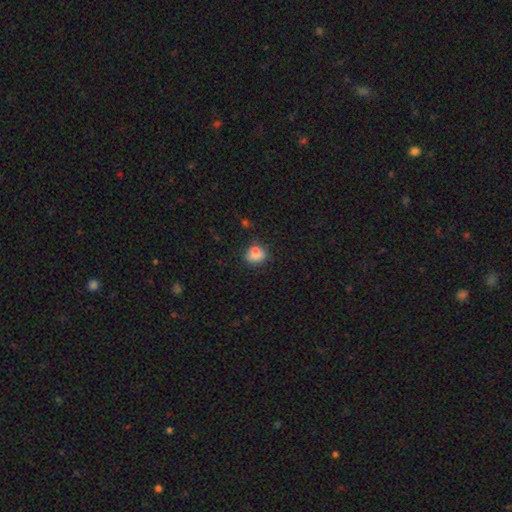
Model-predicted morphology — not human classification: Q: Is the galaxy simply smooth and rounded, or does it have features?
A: smooth — 80%.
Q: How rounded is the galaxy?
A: round — 51%.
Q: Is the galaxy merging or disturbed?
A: none — 58%.